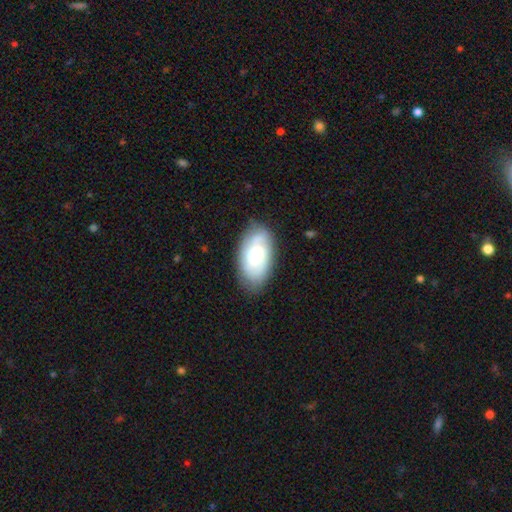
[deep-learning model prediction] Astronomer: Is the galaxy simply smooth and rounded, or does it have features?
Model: smooth — 56% (runner-up: featured or disk, 37%).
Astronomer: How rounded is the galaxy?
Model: in between — 94%.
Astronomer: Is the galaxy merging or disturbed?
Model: none — 72%.